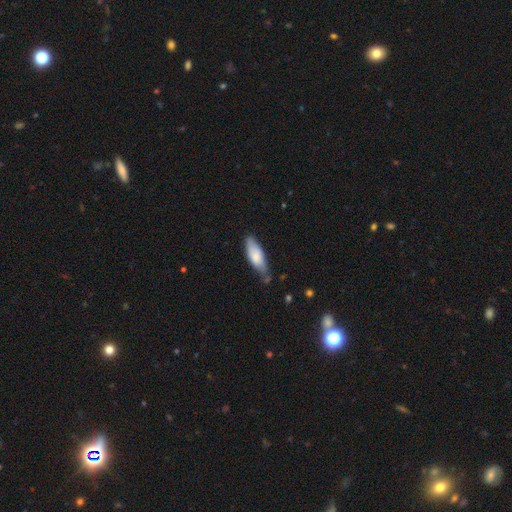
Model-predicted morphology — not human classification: A smooth galaxy with no disk features (74%) that is in between round and cigar-shaped (67%).

Vote fractions:
- Smooth or featured? smooth: 74% / featured or disk: 20% / star or artifact: 6%
- How rounded? in between: 67% / cigar-shaped: 32% / round: 2%
- Merging? none: 54% / minor disturbance: 35% / major disturbance: 7% / merger: 5%